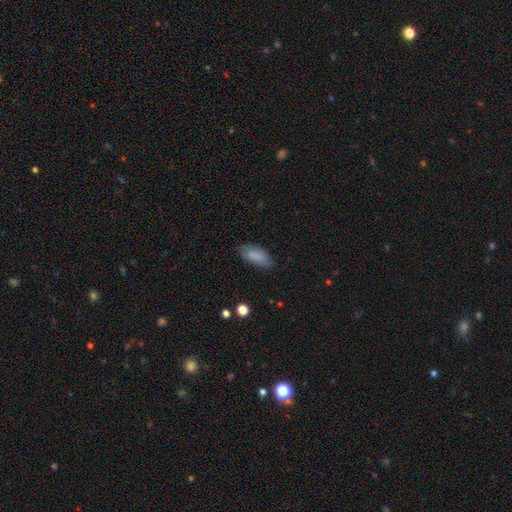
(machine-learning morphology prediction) Q: Smooth or featured?
A: smooth (86%); runner-up: star or artifact (7%)
Q: How rounded?
A: in between (84%); runner-up: cigar-shaped (14%)
Q: Merging?
A: none (78%); runner-up: minor disturbance (17%)